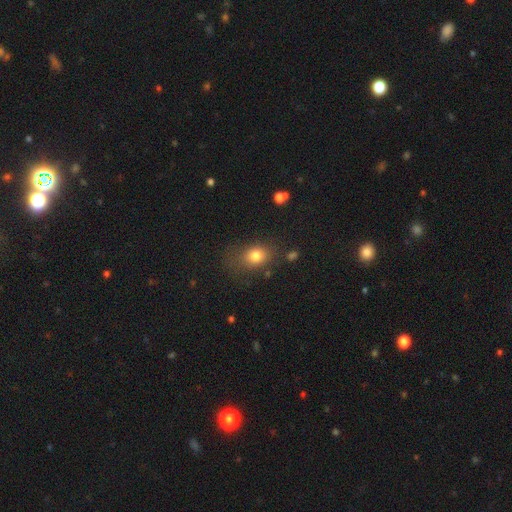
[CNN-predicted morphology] Smooth or featured? smooth (78%)
How rounded? in between (61%)
Merging? none (67%)